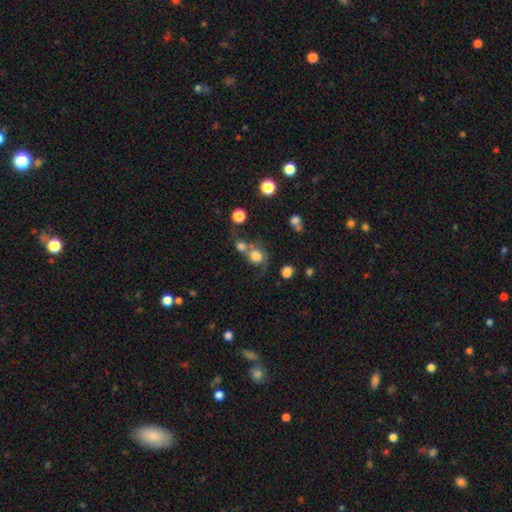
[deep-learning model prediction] smooth_or_featured: smooth (p=0.71) [alt: featured or disk p=0.17]
how_rounded: round (p=0.80) [alt: in between p=0.19]
merging: merger (p=0.45) [alt: none p=0.30]